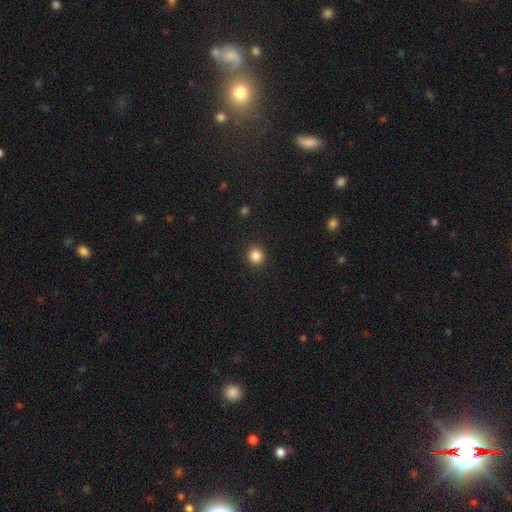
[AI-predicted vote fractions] Morphology: type=smooth (86%); roundness=round (90%); merging=none (91%).